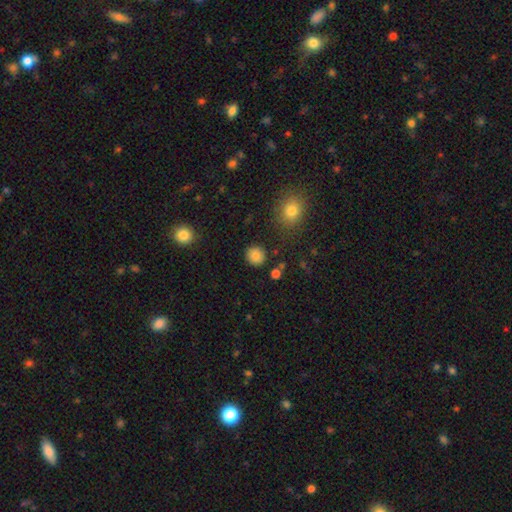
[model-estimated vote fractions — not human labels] The model was most divided on "smooth or featured": smooth: 85%, star or artifact: 10%, featured or disk: 5%. More confident: how rounded — round (90%); merging — none (89%).